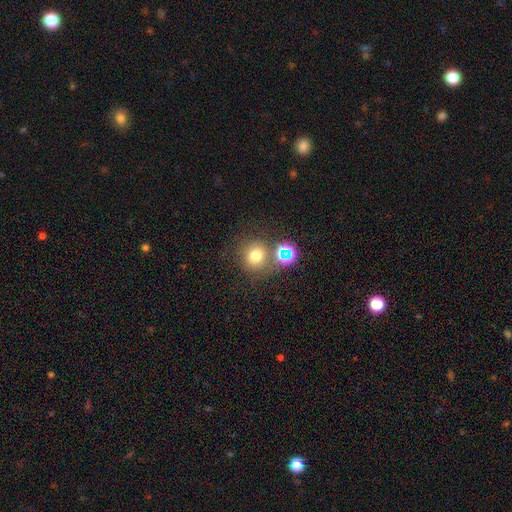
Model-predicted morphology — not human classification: A smooth galaxy with no disk features (70%) that is round (88%). Merging: none (69%).